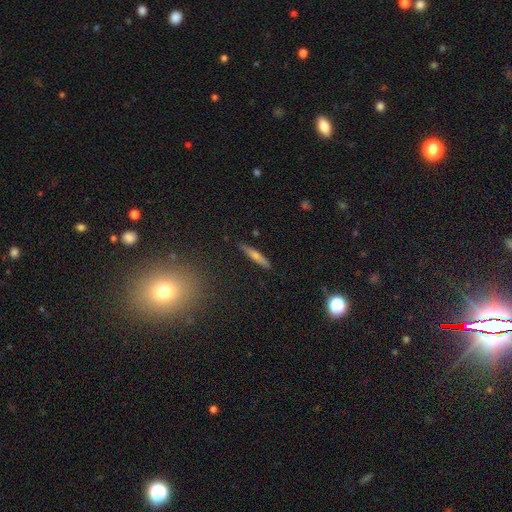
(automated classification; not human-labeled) smooth_or_featured: featured or disk (p=0.48) [alt: smooth p=0.43]
merging: none (p=0.89) [alt: minor disturbance p=0.08]